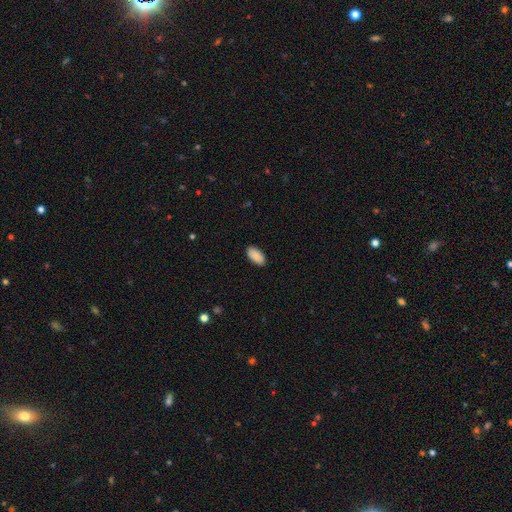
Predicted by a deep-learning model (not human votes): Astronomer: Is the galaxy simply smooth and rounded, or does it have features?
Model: smooth — 90%.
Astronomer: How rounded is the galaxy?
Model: in between — 95%.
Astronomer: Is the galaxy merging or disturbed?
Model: none — 89%.